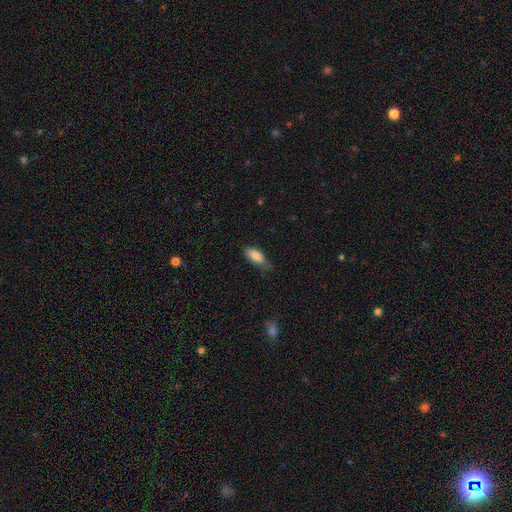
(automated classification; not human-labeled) Overall: smooth (83%). How rounded: in between (81%). Merging: none (62%; minor disturbance 30%).